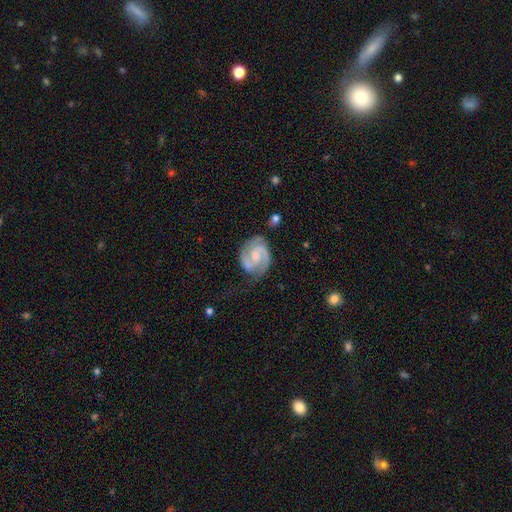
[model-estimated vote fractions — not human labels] Morphology: type=featured or disk (88%); edge-on=no (98%); bar=weak (47%); spiral arms=yes (98%); winding=medium (49%); arm count=2 (90%); bulge=moderate (39%); merging=none (68%).